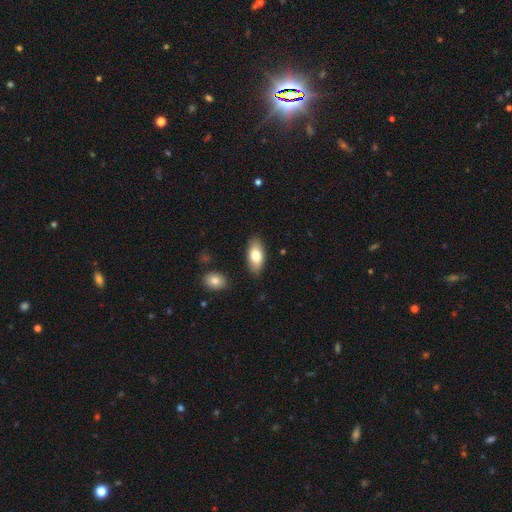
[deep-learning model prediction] Smooth or featured?
  - smooth: 79% *
  - featured or disk: 15%
  - star or artifact: 6%
How rounded?
  - in between: 89% *
  - cigar-shaped: 9%
  - round: 3%
Merging?
  - none: 86% *
  - minor disturbance: 10%
  - major disturbance: 2%
  - merger: 2%